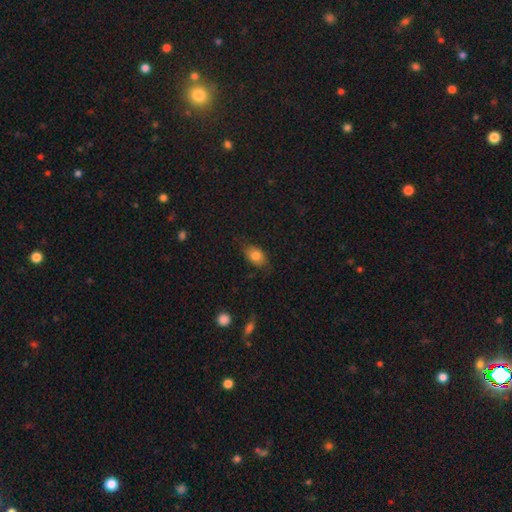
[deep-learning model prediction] Overall: smooth (79%). How rounded: in between (83%). Merging: none (76%).